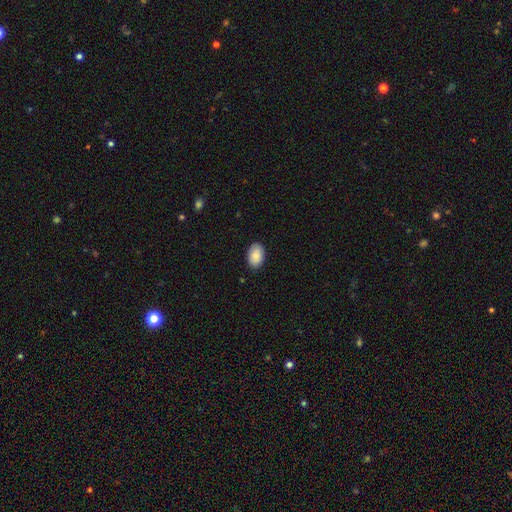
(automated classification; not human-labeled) Overall: smooth (89%). How rounded: in between (89%). Merging: none (88%).